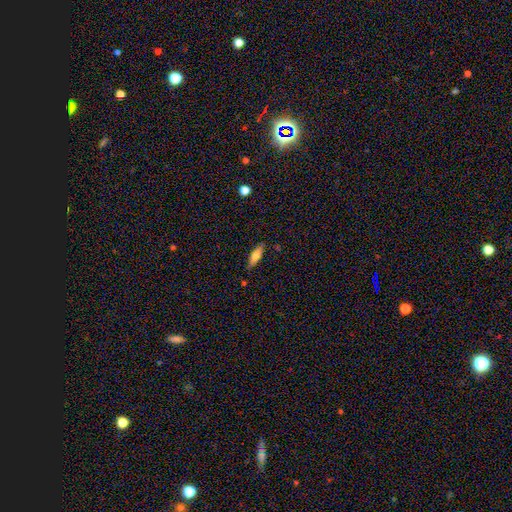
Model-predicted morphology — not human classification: smooth-or-featured: smooth: 65% | featured or disk: 28% | star or artifact: 7%
  how-rounded: cigar-shaped: 50% | in between: 48% | round: 2%
  merging: none: 83% | minor disturbance: 13% | major disturbance: 2% | merger: 2%